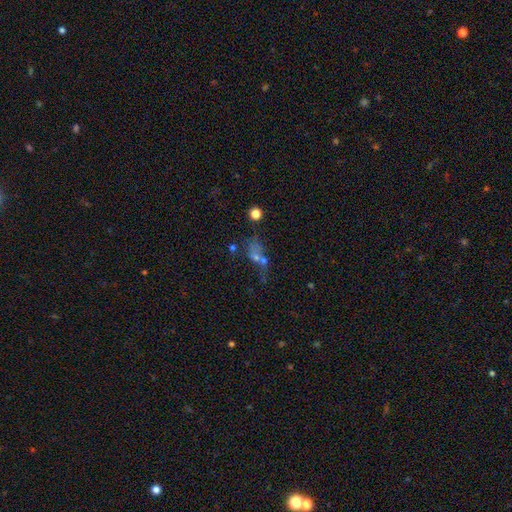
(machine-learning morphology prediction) smooth_or_featured: smooth (p=0.40) [alt: star or artifact p=0.33]
merging: merger (p=0.36) [alt: none p=0.32]